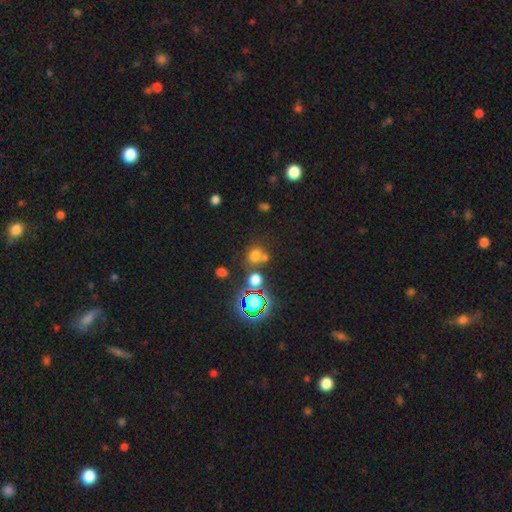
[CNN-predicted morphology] Overall: smooth (64%; star or artifact 27%). How rounded: round (83%). Merging: none (61%; merger 24%).